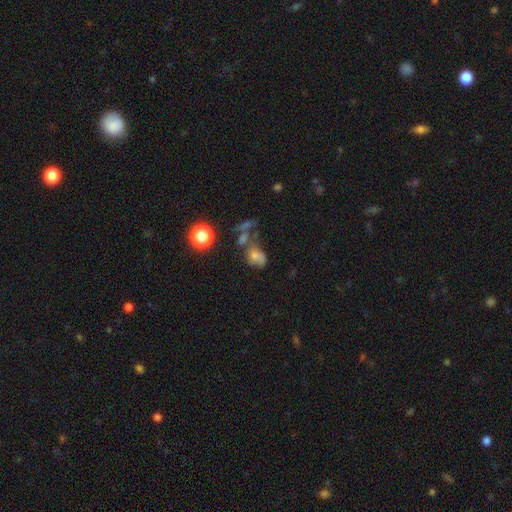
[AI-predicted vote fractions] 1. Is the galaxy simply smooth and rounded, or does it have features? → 61% smooth, 20% featured or disk, 19% star or artifact.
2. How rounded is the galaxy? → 66% in between, 32% round, 2% cigar-shaped.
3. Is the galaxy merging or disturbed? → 32% merger, 27% none, 21% major disturbance, 19% minor disturbance.